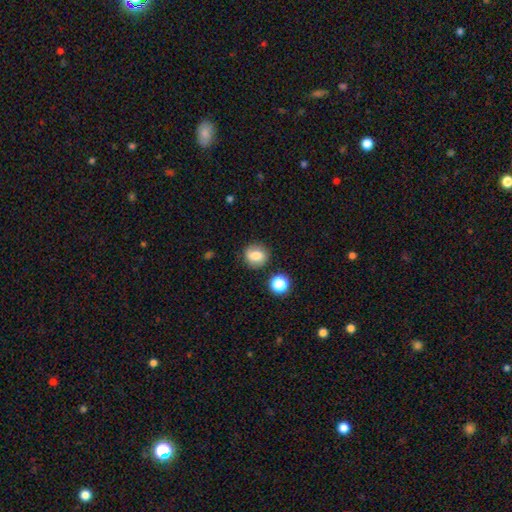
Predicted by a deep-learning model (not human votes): smooth_or_featured: smooth (p=0.73) [alt: featured or disk p=0.16]
how_rounded: round (p=0.78) [alt: in between p=0.20]
merging: none (p=0.80) [alt: minor disturbance p=0.12]